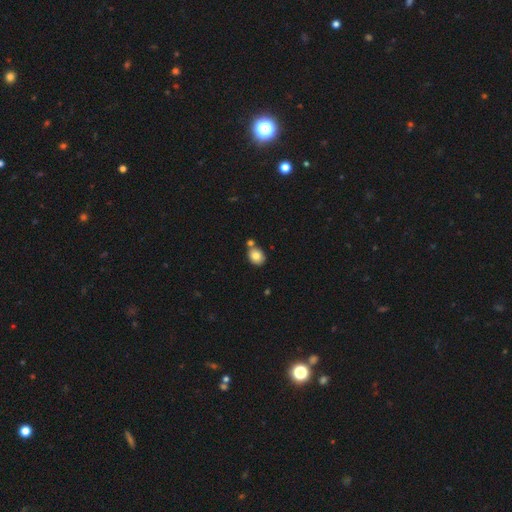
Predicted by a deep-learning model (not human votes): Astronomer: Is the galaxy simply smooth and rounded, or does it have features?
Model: smooth — 81%.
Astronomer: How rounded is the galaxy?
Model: round — 51% (runner-up: in between, 48%).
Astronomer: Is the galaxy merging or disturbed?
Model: none — 62%.